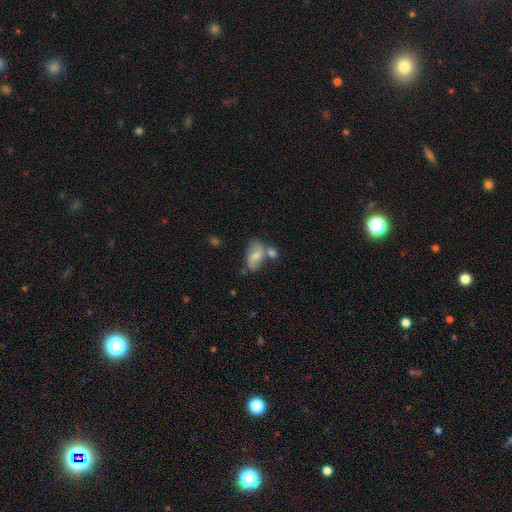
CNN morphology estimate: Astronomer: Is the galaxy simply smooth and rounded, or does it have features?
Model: smooth — 61%.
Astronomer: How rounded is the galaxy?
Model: in between — 90%.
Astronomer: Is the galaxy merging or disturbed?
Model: none — 41% (runner-up: merger, 31%).